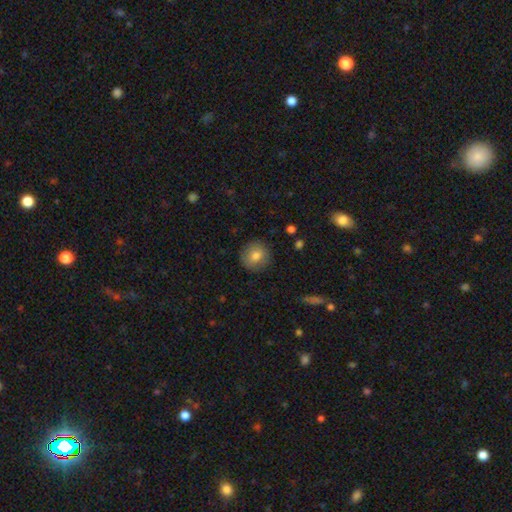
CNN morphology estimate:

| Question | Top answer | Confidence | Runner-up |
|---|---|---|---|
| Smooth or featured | smooth | 80% | featured or disk (12%) |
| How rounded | round | 92% | in between (7%) |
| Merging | none | 89% | minor disturbance (8%) |